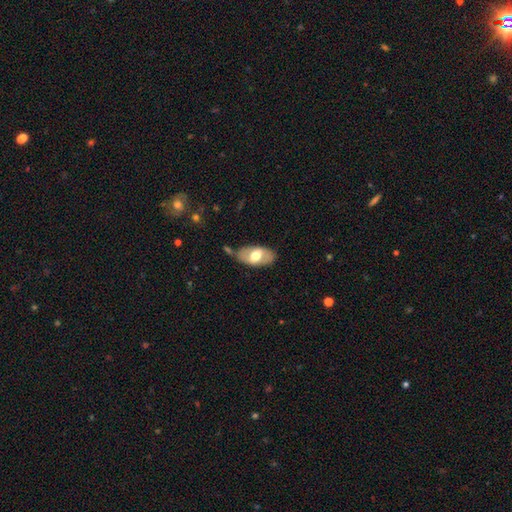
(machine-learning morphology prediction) Smooth or featured: smooth — 57% (featured or disk — 38%)
How rounded: in between — 93% (round — 4%)
Merging: none — 74% (minor disturbance — 17%)